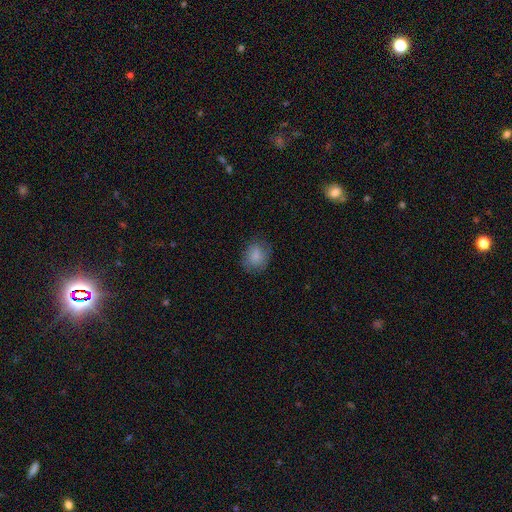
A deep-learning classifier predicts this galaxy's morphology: Q: Smooth or featured?
A: smooth (84%); runner-up: star or artifact (8%)
Q: How rounded?
A: round (60%); runner-up: in between (39%)
Q: Merging?
A: none (77%); runner-up: minor disturbance (17%)